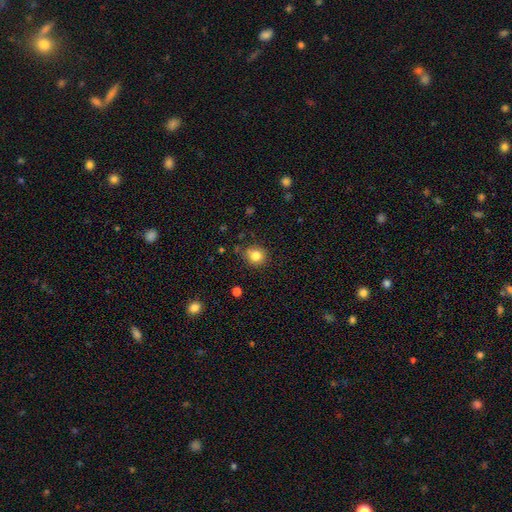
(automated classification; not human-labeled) This appears to be a smooth galaxy with no disk features (82%) that is round (85%). Merging: none (79%).